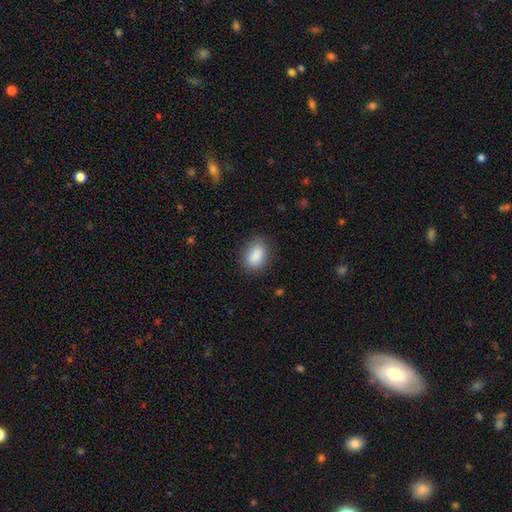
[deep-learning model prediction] A smooth galaxy with no disk features (88%) that is in between round and cigar-shaped (86%).

Vote fractions:
- Smooth or featured? smooth: 88% / star or artifact: 7% / featured or disk: 5%
- How rounded? in between: 86% / round: 12% / cigar-shaped: 2%
- Merging? none: 82% / minor disturbance: 13% / major disturbance: 3% / merger: 1%